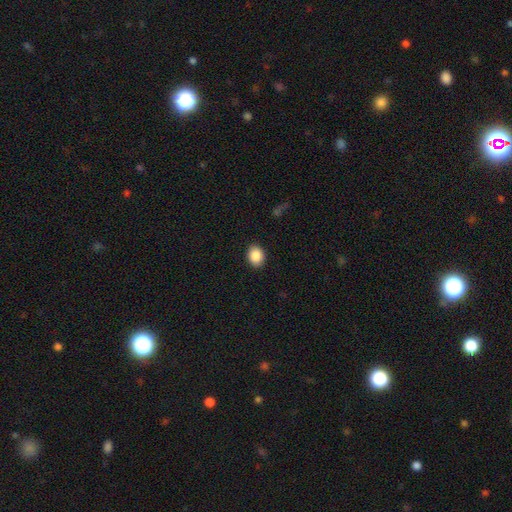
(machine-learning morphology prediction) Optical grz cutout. It shows a smooth galaxy with no disk features (88%) that is in between round and cigar-shaped (54%). Merging: none (90%).